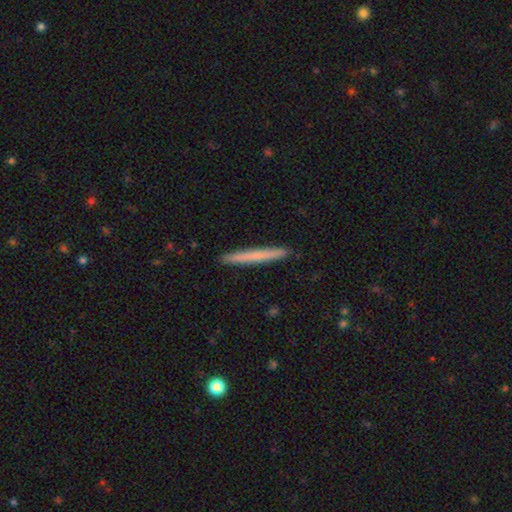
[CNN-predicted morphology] Smooth or featured? smooth (67%)
How rounded? cigar-shaped (97%)
Merging? none (92%)